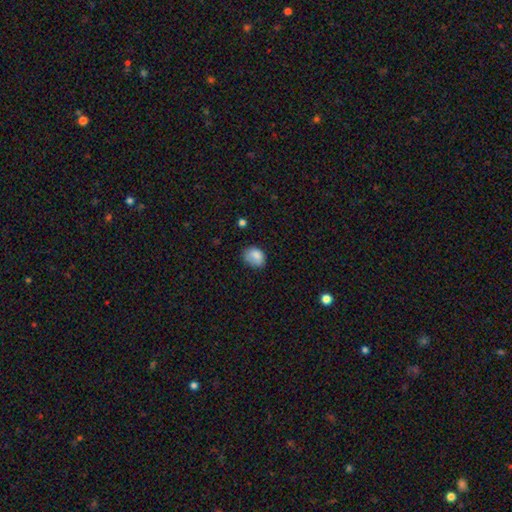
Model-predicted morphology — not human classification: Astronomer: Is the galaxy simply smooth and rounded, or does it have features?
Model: smooth — 83%.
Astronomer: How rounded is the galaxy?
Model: in between — 65%.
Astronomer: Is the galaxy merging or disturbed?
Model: none — 57%.